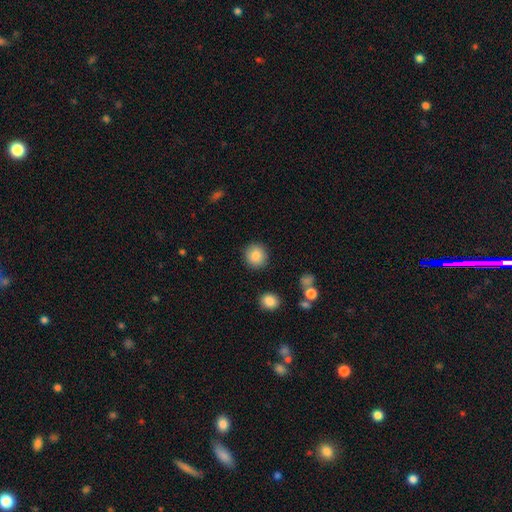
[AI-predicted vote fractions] smooth 86%, star or artifact 9%, featured or disk 6%. Down the decision tree: how rounded — round (89%); merging — none (90%).